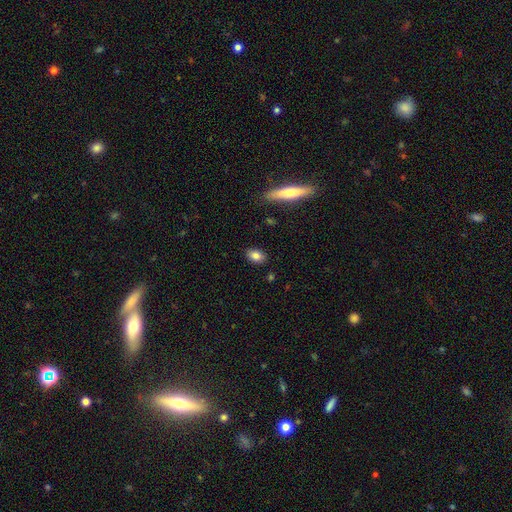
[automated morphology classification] Smooth or featured: smooth — 83% (featured or disk — 9%)
How rounded: in between — 84% (round — 13%)
Merging: none — 87% (minor disturbance — 9%)